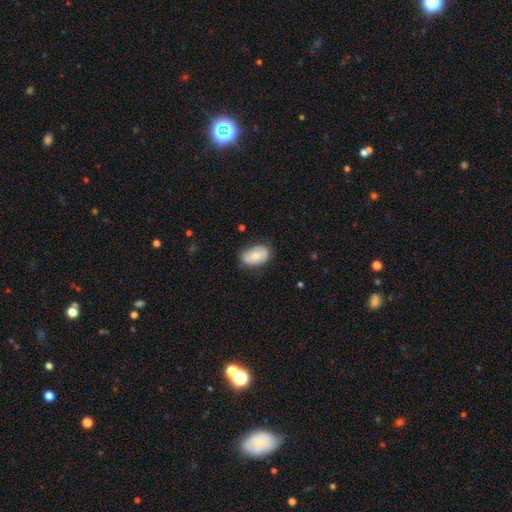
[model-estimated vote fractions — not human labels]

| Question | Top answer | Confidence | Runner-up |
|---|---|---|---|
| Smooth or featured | smooth | 70% | featured or disk (23%) |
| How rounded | in between | 88% | round (10%) |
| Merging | none | 72% | minor disturbance (23%) |